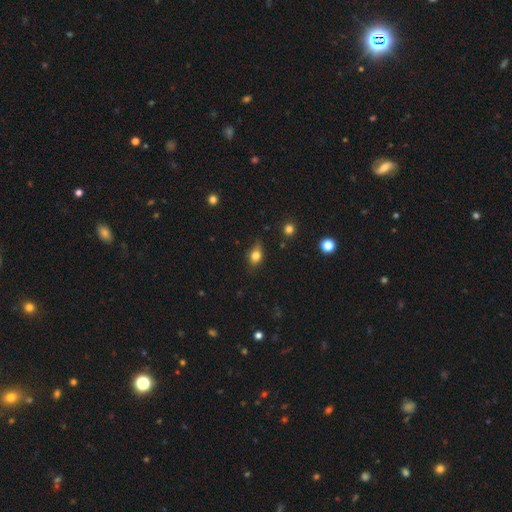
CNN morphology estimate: Overall: smooth (76%). How rounded: in between (68%). Merging: none (70%).